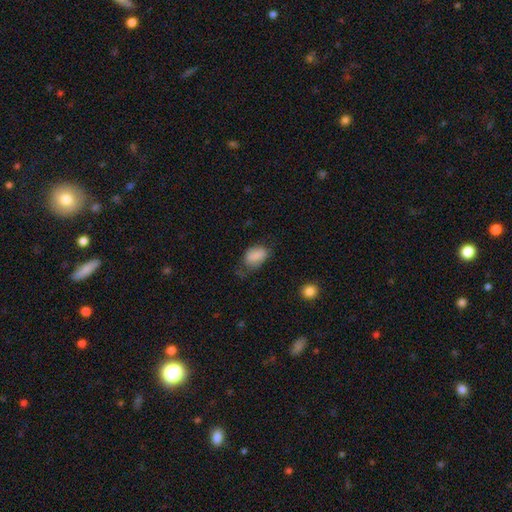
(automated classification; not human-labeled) The model was most divided on "merging": none: 47%, minor disturbance: 34%, major disturbance: 16%, merger: 3%. More confident: how rounded — in between (86%); smooth or featured — smooth (82%).